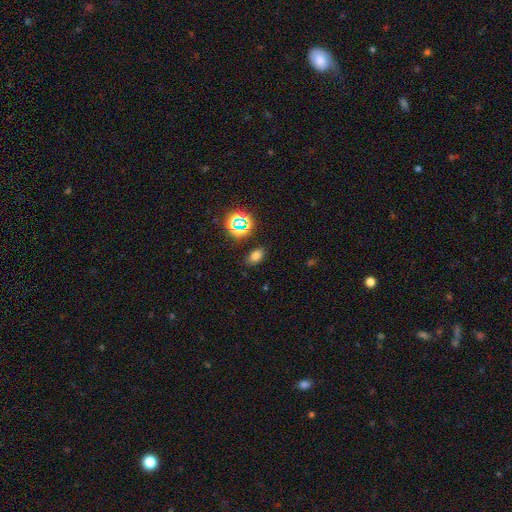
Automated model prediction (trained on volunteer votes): Morphology: type=smooth (71%); roundness=in between (82%); merging=none (84%).